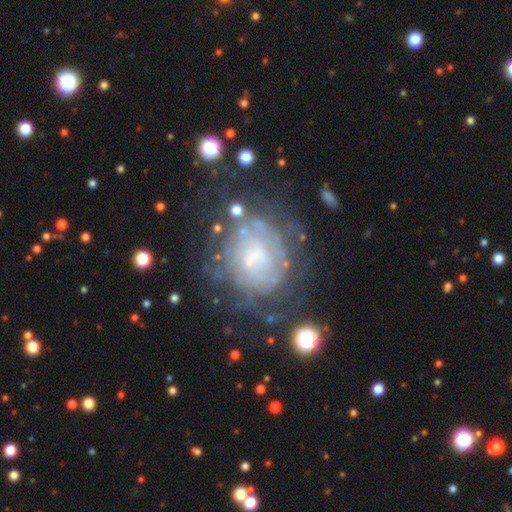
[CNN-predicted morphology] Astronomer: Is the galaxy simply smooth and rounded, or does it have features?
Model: featured or disk — 63%.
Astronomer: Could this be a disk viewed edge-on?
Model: no — 97%.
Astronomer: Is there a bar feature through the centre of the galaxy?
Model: no — 64%.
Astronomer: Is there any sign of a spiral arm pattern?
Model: yes — 51% (runner-up: no, 49%).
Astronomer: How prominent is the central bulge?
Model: small — 41% (runner-up: none, 27%).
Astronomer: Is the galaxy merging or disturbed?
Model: none — 61%.